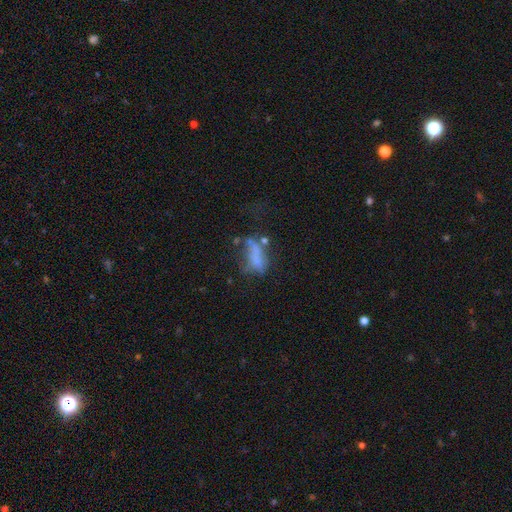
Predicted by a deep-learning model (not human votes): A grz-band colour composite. It shows a smooth galaxy with no disk features (44%). Merging: major disturbance (38%).